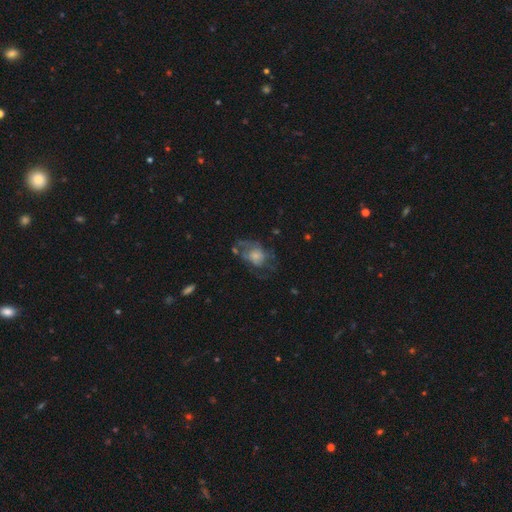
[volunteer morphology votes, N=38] Smooth or featured? smooth (55%)
How rounded? in between (52%)
Merging? none (39%)